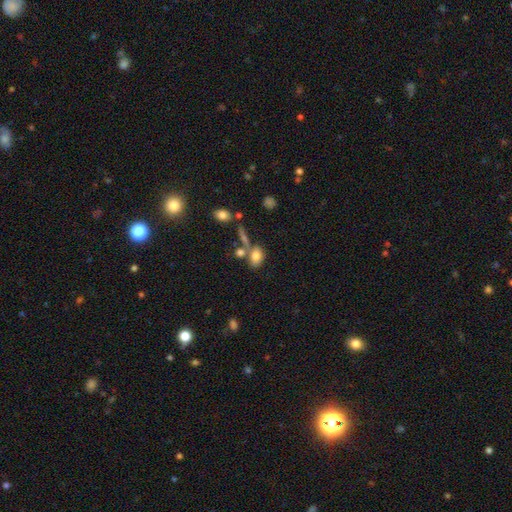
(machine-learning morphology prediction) A smooth galaxy with no disk features (77%) that is in between round and cigar-shaped (84%). Merging: none (52%).